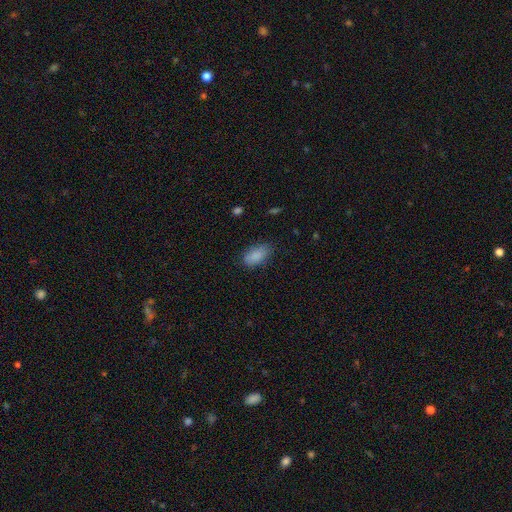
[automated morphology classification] smooth 87%, star or artifact 7%, featured or disk 6%. Down the decision tree: how rounded — in between (92%); merging — none (76%).